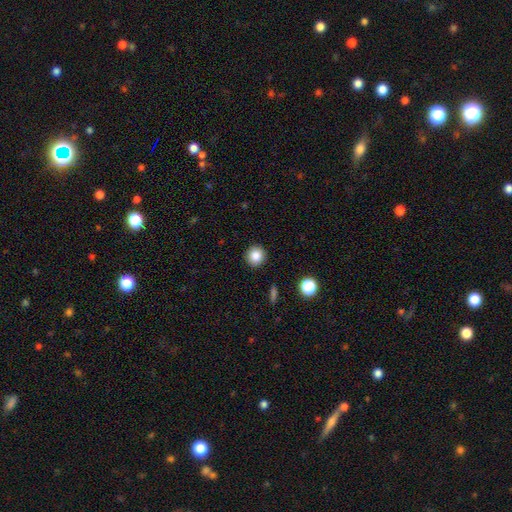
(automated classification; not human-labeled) Smooth or featured?
  - smooth: 85% *
  - star or artifact: 10%
  - featured or disk: 5%
How rounded?
  - round: 91% *
  - in between: 8%
  - cigar-shaped: 1%
Merging?
  - none: 91% *
  - minor disturbance: 6%
  - major disturbance: 2%
  - merger: 1%